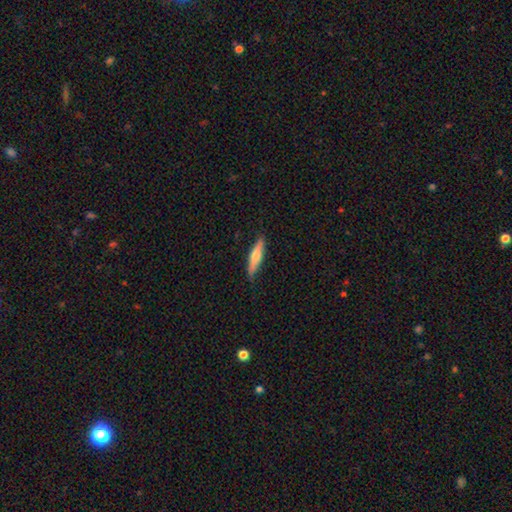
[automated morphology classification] smooth 57%, featured or disk 37%, star or artifact 5%. Down the decision tree: how rounded — cigar-shaped (83%); merging — none (85%).